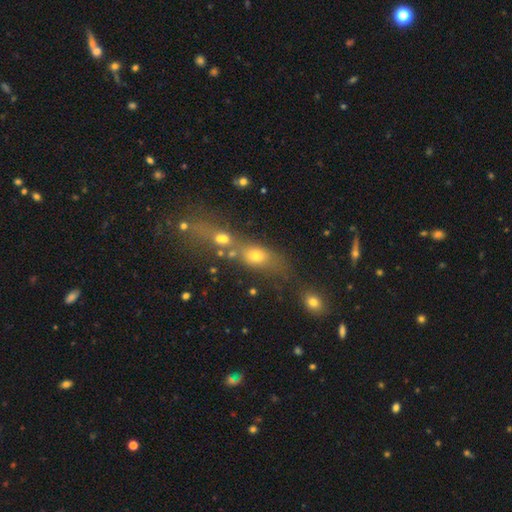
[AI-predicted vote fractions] Overall: smooth (64%). How rounded: in between (54%; round 30%). Merging: merger (43%; none 37%).